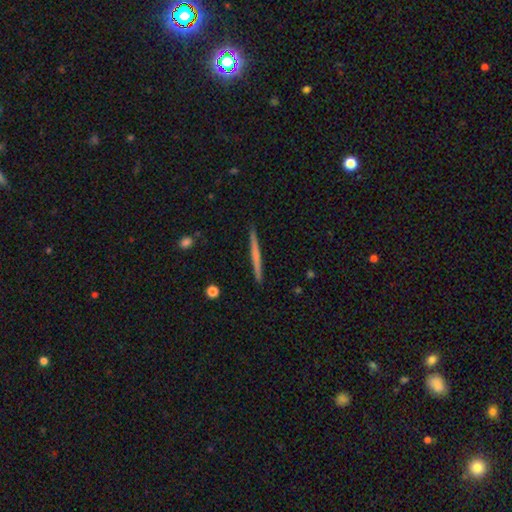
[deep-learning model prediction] This appears to be a smooth galaxy with no disk features (49%). Merging: none (92%).